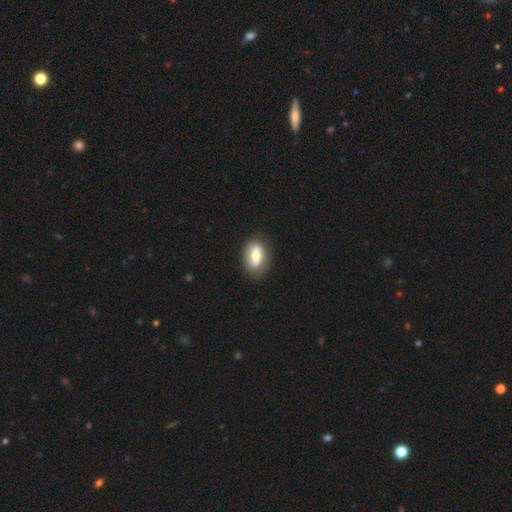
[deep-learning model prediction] Morphology: type=smooth (53%); roundness=in between (82%); merging=none (81%).